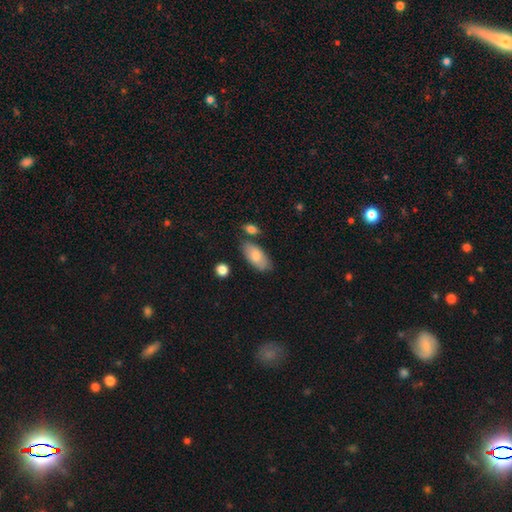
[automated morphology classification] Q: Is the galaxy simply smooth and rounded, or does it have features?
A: smooth — 79%.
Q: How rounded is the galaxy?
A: in between — 91%.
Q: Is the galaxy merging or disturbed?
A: none — 72%.